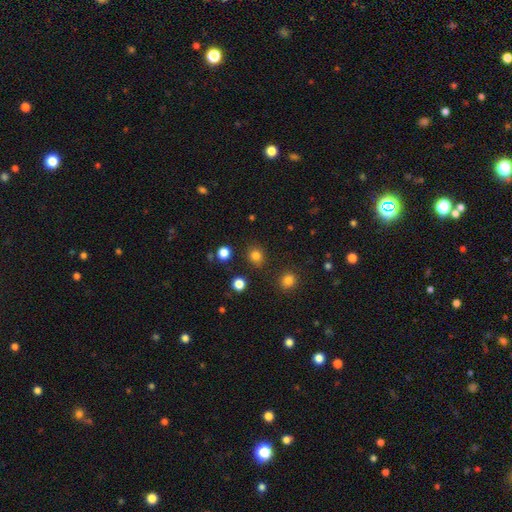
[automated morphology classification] The model was most divided on "how rounded": round: 82%, in between: 17%, cigar-shaped: 1%. More confident: merging — none (86%); smooth or featured — smooth (81%).